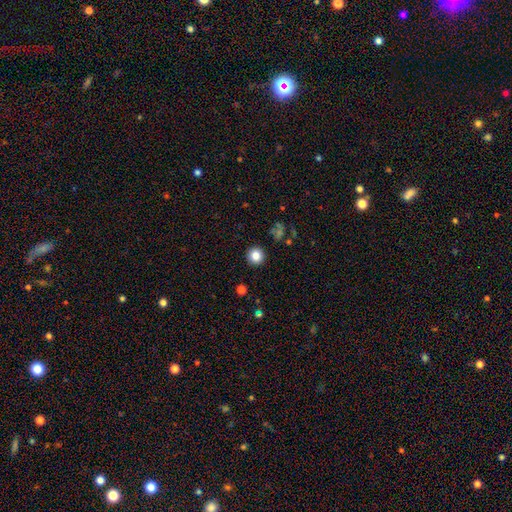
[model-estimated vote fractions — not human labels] This appears to be a smooth galaxy with no disk features (85%) that is round (95%). Merging: none (93%).